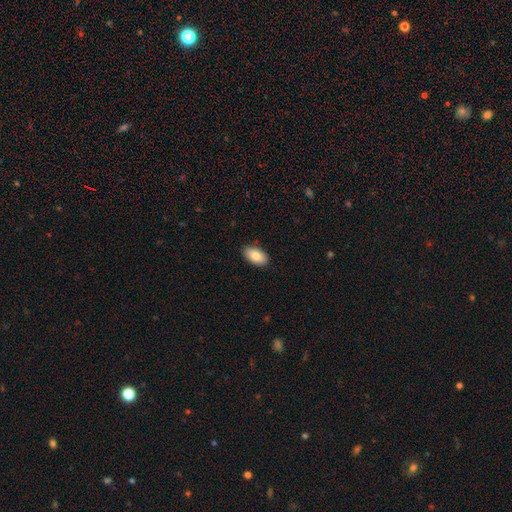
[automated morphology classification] The model was most divided on "smooth or featured": smooth: 82%, featured or disk: 11%, star or artifact: 7%. More confident: how rounded — in between (94%); merging — none (88%).